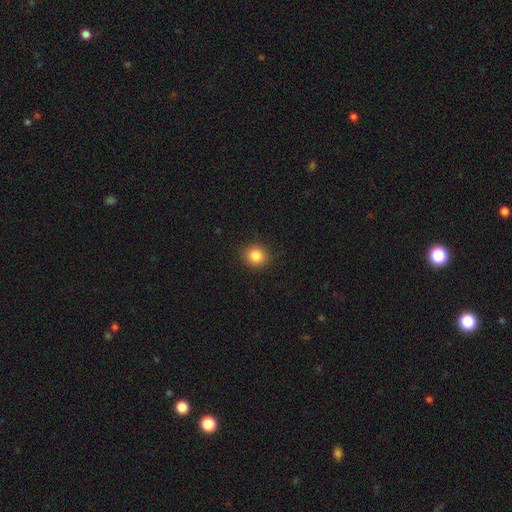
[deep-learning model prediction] Overall: smooth (84%). How rounded: round (82%). Merging: none (91%).